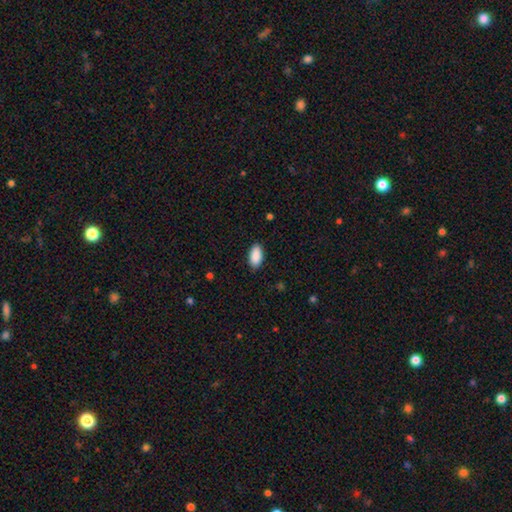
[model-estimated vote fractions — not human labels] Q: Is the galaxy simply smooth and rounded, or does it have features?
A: smooth — 90%.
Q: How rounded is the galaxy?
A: in between — 94%.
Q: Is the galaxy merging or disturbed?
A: none — 88%.